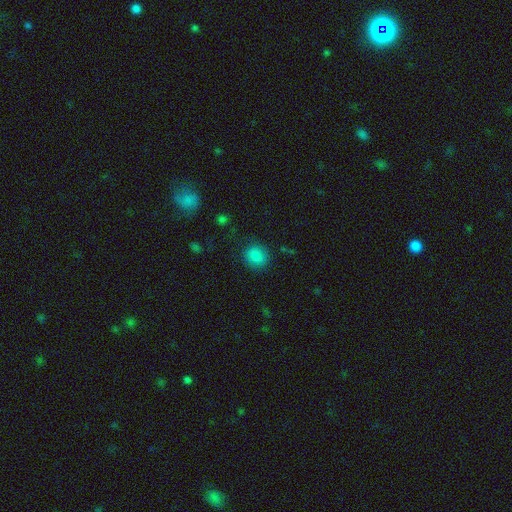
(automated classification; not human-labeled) Smooth or featured? smooth (85%)
How rounded? round (73%)
Merging? none (82%)